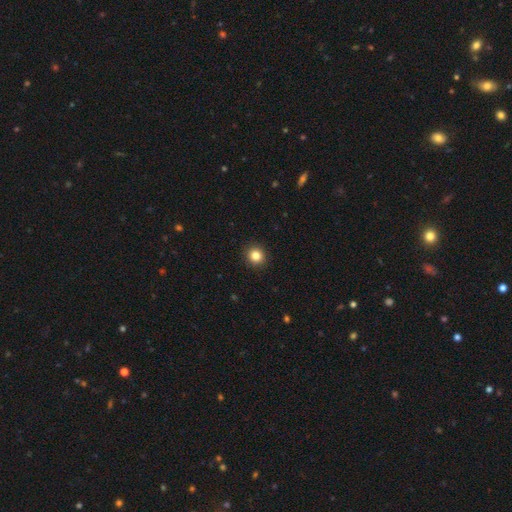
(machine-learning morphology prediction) smooth_or_featured: smooth (p=0.84) [alt: star or artifact p=0.11]
how_rounded: round (p=0.91) [alt: in between p=0.08]
merging: none (p=0.92) [alt: minor disturbance p=0.05]